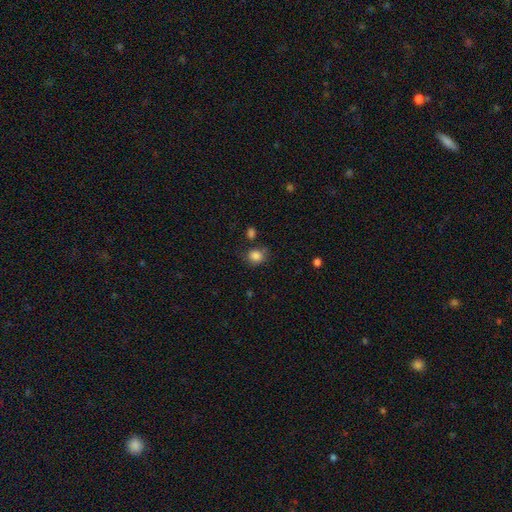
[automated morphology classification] Smooth or featured?
  - smooth: 84% *
  - star or artifact: 10%
  - featured or disk: 6%
How rounded?
  - round: 69% *
  - in between: 30%
  - cigar-shaped: 1%
Merging?
  - none: 66% *
  - minor disturbance: 20%
  - merger: 8%
  - major disturbance: 6%